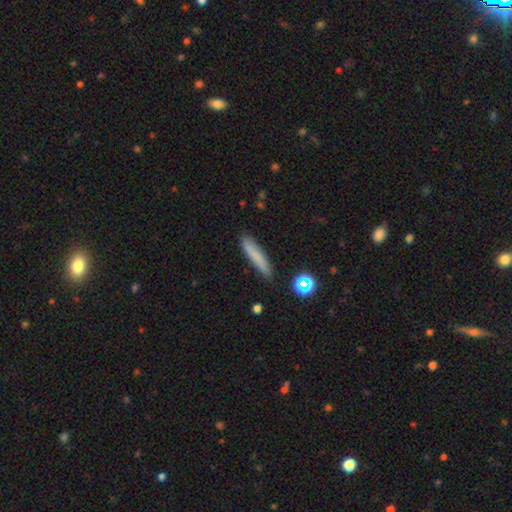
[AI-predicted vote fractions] A smooth galaxy with no disk features (78%) that is cigar-shaped (90%). Merging: none (86%).